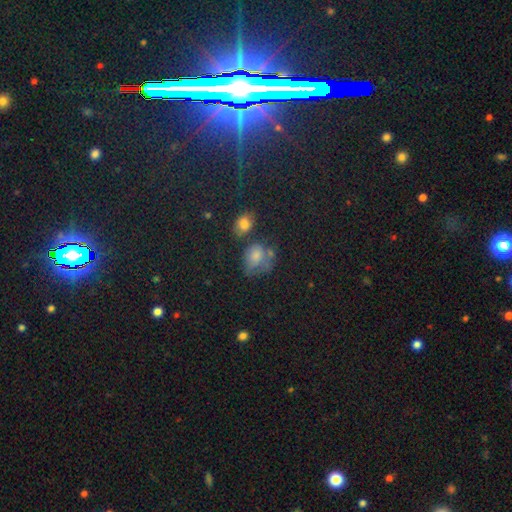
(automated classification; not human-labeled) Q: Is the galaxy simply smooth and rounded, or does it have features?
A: smooth — 57%.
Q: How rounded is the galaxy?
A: round — 51%.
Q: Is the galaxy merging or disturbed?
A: none — 44%.